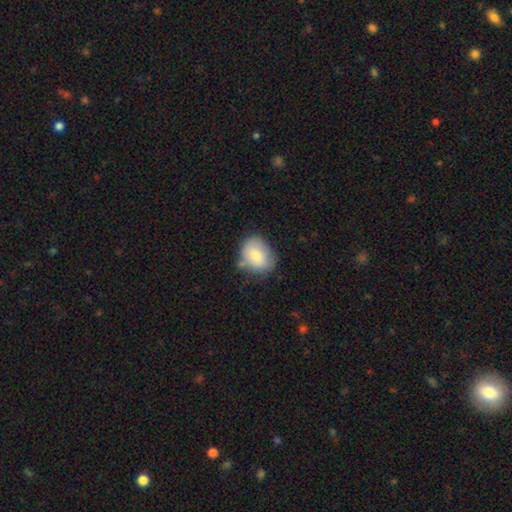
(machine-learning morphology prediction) This appears to be a smooth galaxy with no disk features (78%) that is in between round and cigar-shaped (54%). Merging: none (62%).